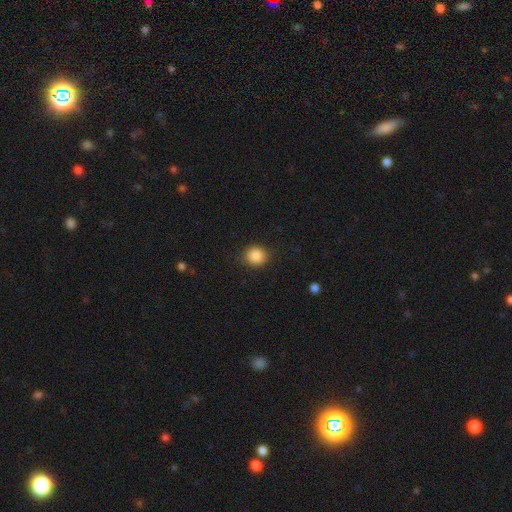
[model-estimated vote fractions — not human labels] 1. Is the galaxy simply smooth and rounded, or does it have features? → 88% smooth, 9% star or artifact, 3% featured or disk.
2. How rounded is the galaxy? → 83% round, 16% in between, 1% cigar-shaped.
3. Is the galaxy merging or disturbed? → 88% none, 8% minor disturbance, 3% major disturbance, 1% merger.